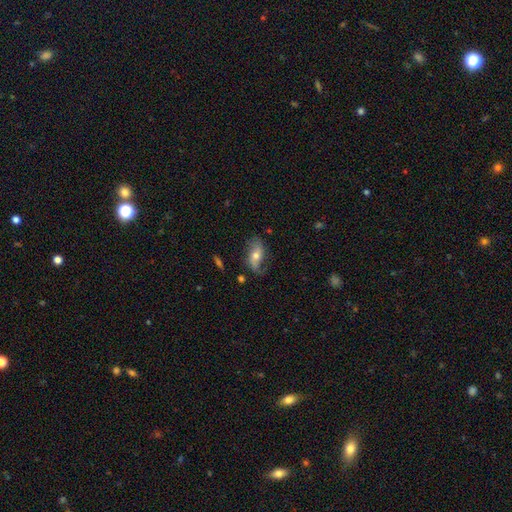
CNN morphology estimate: This appears to be a featured or disk galaxy (57%) with no bar (55%), spiral arms (81%) and a moderate central bulge (64%). Merging: none (60%).